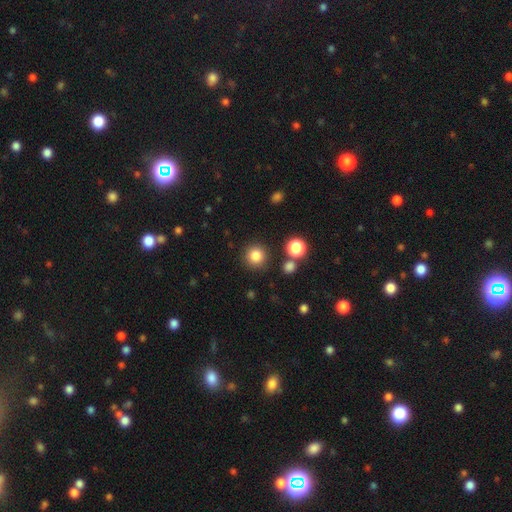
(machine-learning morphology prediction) smooth_or_featured: smooth (p=0.83) [alt: star or artifact p=0.12]
how_rounded: round (p=0.94) [alt: in between p=0.05]
merging: none (p=0.87) [alt: minor disturbance p=0.06]